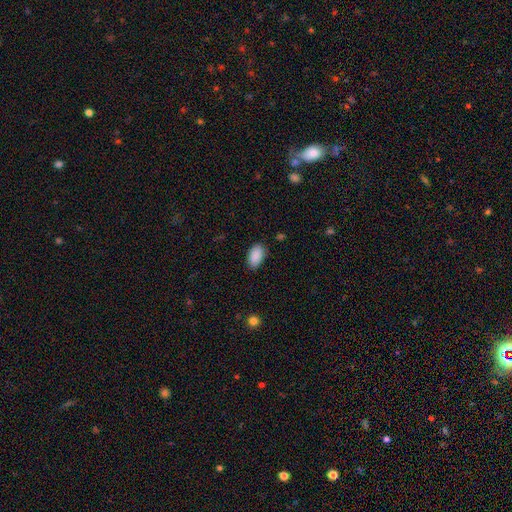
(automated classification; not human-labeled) Smooth or featured: smooth — 90% (star or artifact — 7%)
How rounded: in between — 94% (round — 5%)
Merging: none — 84% (minor disturbance — 12%)